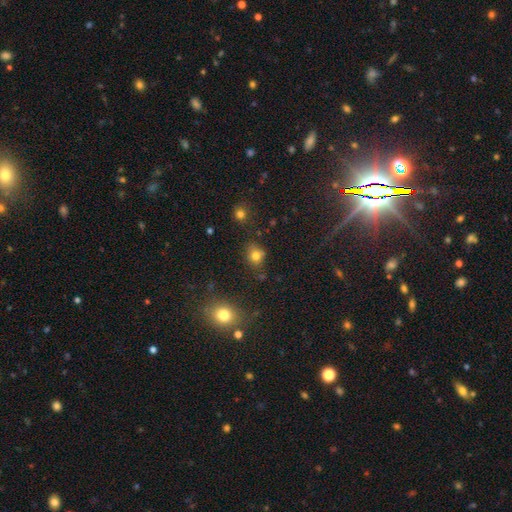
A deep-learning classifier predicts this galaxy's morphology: This appears to be a smooth galaxy with no disk features (76%) that is round (68%). Merging: none (73%).